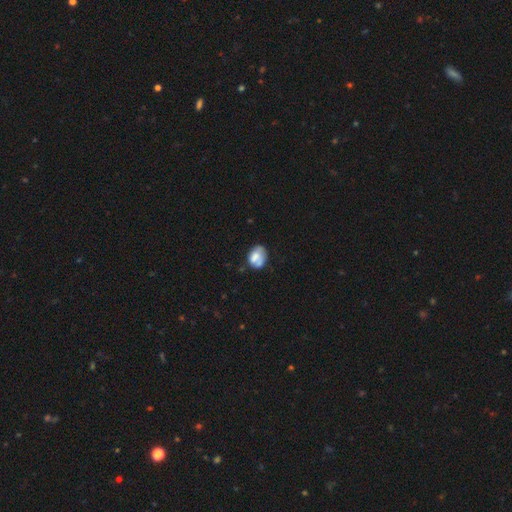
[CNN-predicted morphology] A smooth galaxy with no disk features (62%) that is in between round and cigar-shaped (68%). Merging: none (40%).